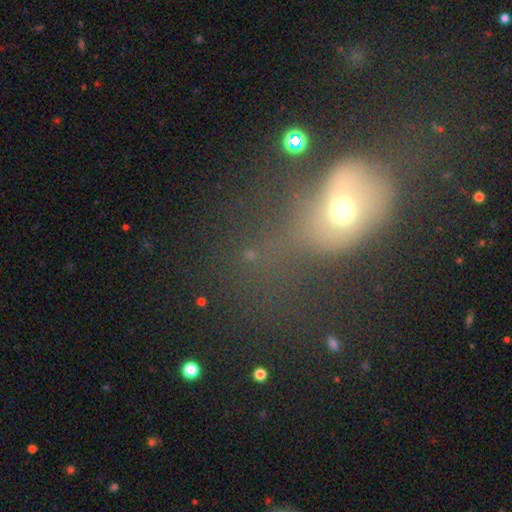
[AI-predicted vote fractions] Q: Smooth or featured?
A: smooth (52%); runner-up: featured or disk (27%)
Q: How rounded?
A: round (51%); runner-up: in between (46%)
Q: Merging?
A: major disturbance (50%); runner-up: none (23%)